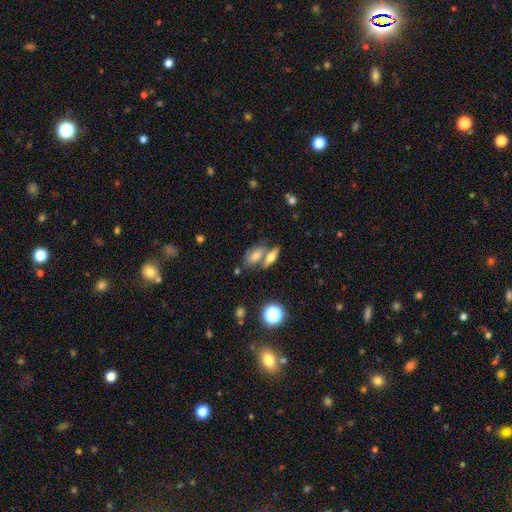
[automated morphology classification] Smooth or featured? Predicted: smooth (p=0.64). How rounded? Predicted: in between (p=0.75). Merging? Predicted: none (p=0.43).